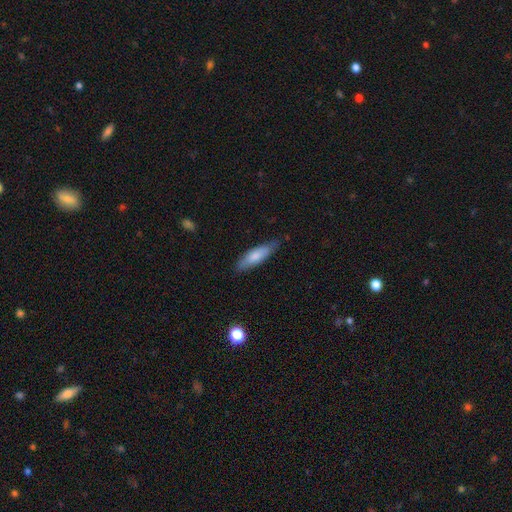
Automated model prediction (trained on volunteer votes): Smooth or featured: smooth — 75% (featured or disk — 19%)
How rounded: cigar-shaped — 60% (in between — 39%)
Merging: none — 78% (minor disturbance — 18%)